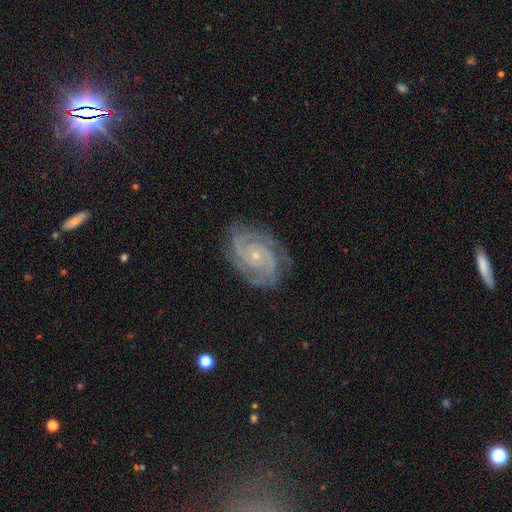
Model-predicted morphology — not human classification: type=featured or disk (91%); edge-on=no (97%); bar=no (73%); spiral arms=yes (99%); winding=tight (70%); arm count=2 (41%); bulge=small (82%); merging=none (81%).